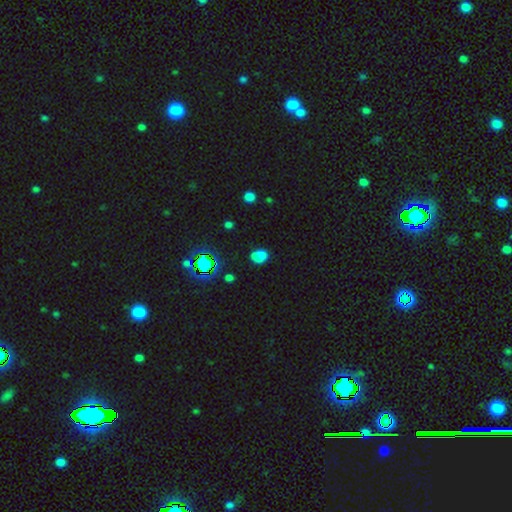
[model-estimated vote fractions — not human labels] This is likely a smooth galaxy (66%). How rounded: possibly in between (55%). Merging: marginally none (41%).